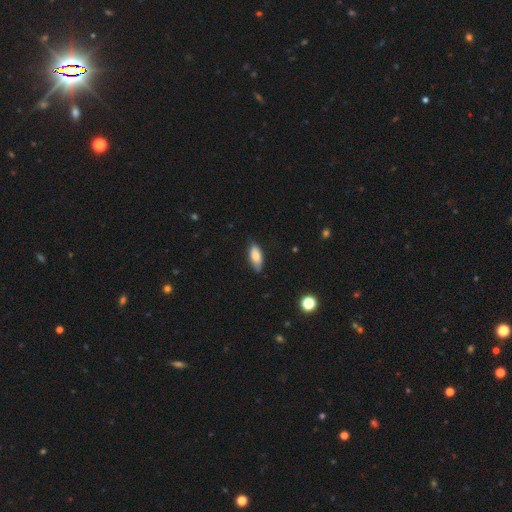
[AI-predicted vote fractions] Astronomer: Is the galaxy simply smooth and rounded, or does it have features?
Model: smooth — 80%.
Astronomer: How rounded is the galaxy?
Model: in between — 81%.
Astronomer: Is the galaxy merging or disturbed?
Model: none — 76%.